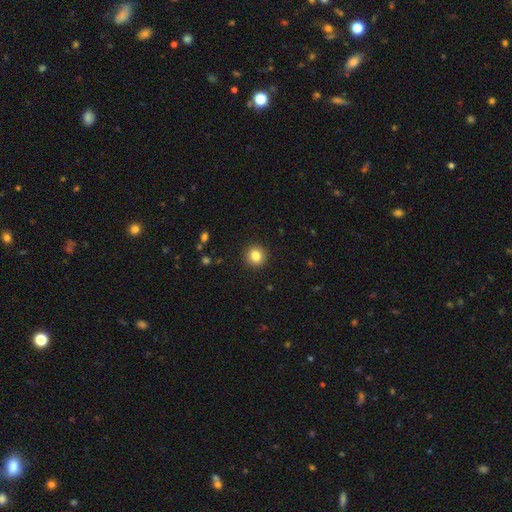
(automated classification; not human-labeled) smooth 84%, star or artifact 10%, featured or disk 6%. Down the decision tree: how rounded — round (90%); merging — none (92%).